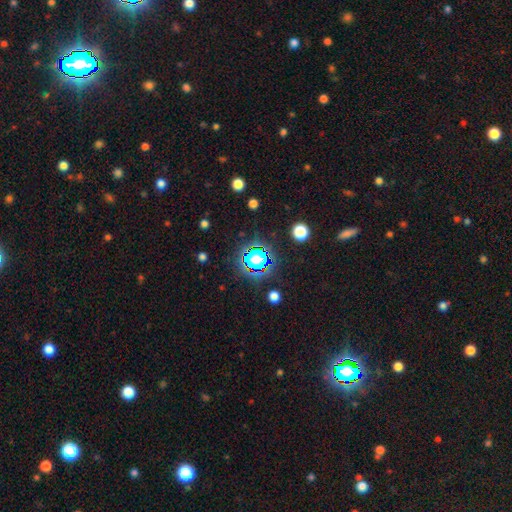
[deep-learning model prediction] This appears to be a star or artifact, not a galaxy (72%).